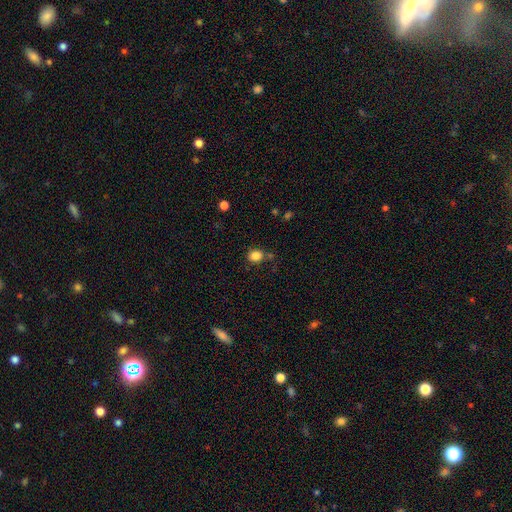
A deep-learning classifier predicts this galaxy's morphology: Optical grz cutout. It shows a smooth galaxy with no disk features (84%) that is round (72%). Merging: none (74%).